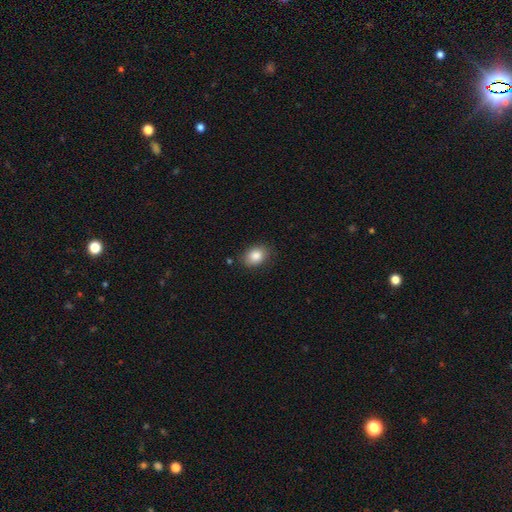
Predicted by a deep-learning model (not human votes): Morphology: type=smooth (86%); roundness=in between (65%); merging=none (81%).